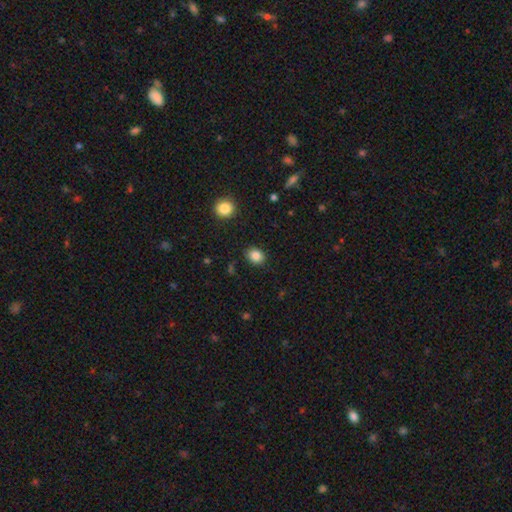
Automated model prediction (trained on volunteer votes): Overall: smooth (86%). How rounded: in between (51%; round 48%). Merging: none (87%).